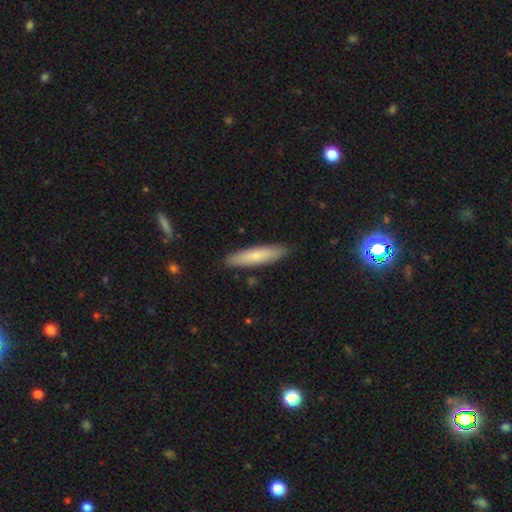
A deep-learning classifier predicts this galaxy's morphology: This is likely a smooth galaxy (69%). How rounded: clearly cigar-shaped (81%). Merging: clearly none (88%).